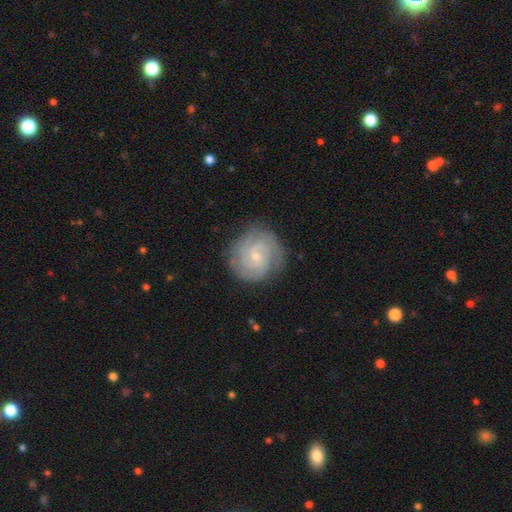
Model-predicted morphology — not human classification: featured or disk 79%, smooth 14%, star or artifact 6%. Down the decision tree: edge-on disk — no (98%); bar — no (54%); spiral arms — yes (96%); spiral arm count — 2 (34%); spiral winding — tight (66%); bulge size — small (74%); merging — none (81%).